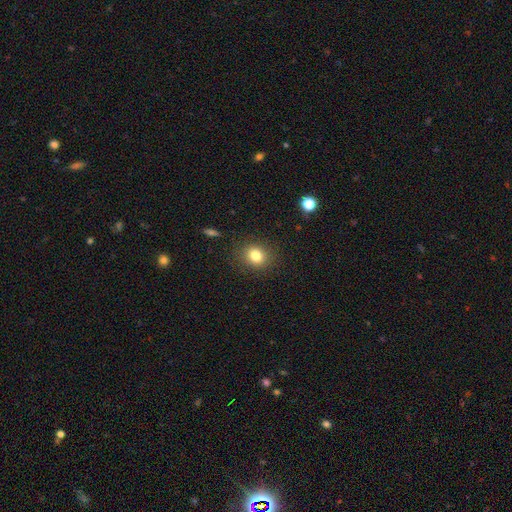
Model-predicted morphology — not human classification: Smooth or featured?
  - smooth: 82% *
  - star or artifact: 11%
  - featured or disk: 7%
How rounded?
  - round: 72% *
  - in between: 27%
  - cigar-shaped: 1%
Merging?
  - none: 87% *
  - minor disturbance: 8%
  - major disturbance: 3%
  - merger: 1%